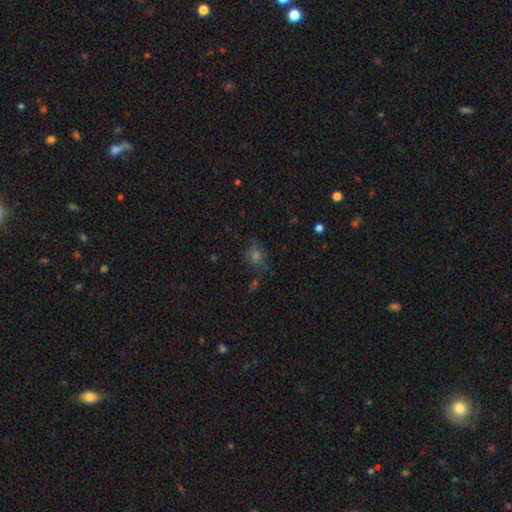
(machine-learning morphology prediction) Smooth or featured: smooth — 47% (star or artifact — 37%)
Merging: none — 66% (minor disturbance — 19%)